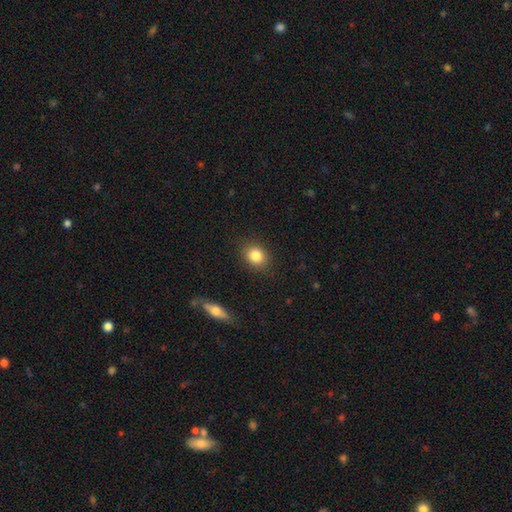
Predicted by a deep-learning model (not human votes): Smooth or featured?
  - smooth: 83% *
  - star or artifact: 10%
  - featured or disk: 7%
How rounded?
  - round: 56% *
  - in between: 43%
  - cigar-shaped: 1%
Merging?
  - none: 88% *
  - minor disturbance: 9%
  - major disturbance: 2%
  - merger: 1%